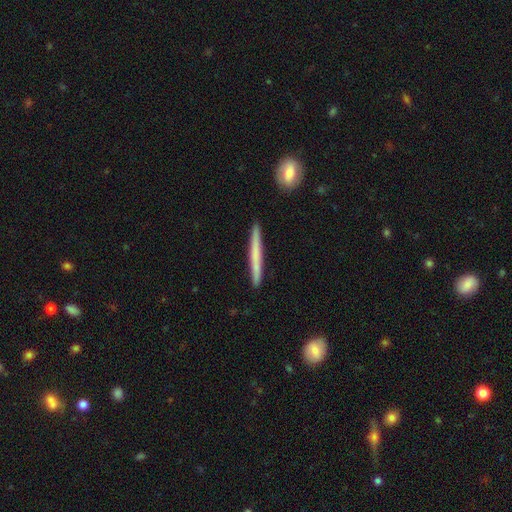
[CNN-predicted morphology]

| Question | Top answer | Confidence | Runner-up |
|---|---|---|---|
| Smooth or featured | smooth | 56% | featured or disk (39%) |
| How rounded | cigar-shaped | 97% | in between (2%) |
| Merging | none | 91% | minor disturbance (6%) |